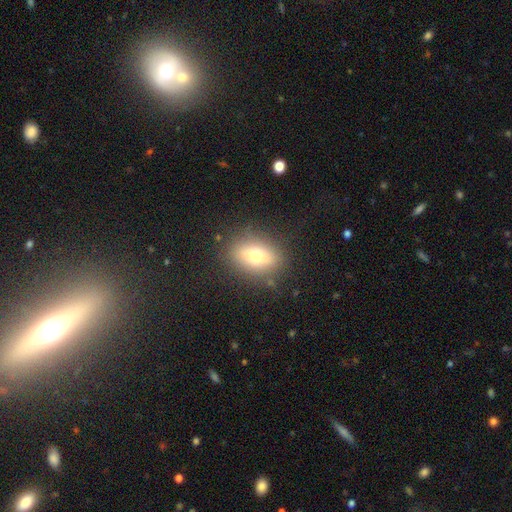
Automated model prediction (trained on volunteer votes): A smooth galaxy with no disk features (65%) that is in between round and cigar-shaped (76%).

Vote fractions:
- Smooth or featured? smooth: 65% / featured or disk: 26% / star or artifact: 10%
- How rounded? in between: 76% / round: 16% / cigar-shaped: 8%
- Merging? none: 82% / minor disturbance: 12% / major disturbance: 4% / merger: 2%